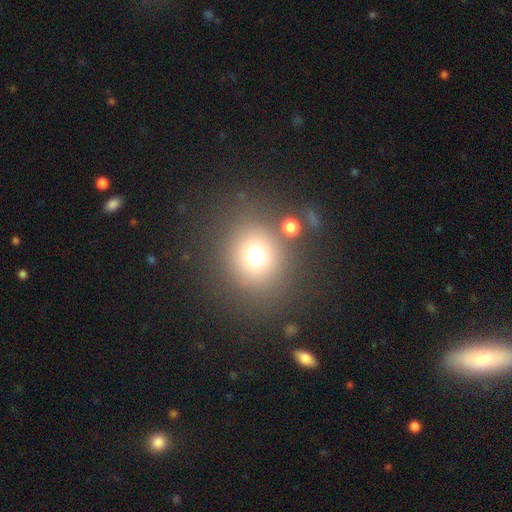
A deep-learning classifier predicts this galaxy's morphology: type=smooth (70%); roundness=round (84%); merging=none (79%).